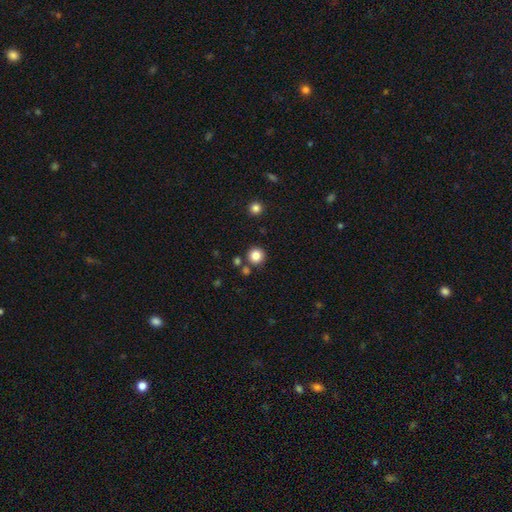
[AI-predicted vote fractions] A smooth galaxy with no disk features (84%) that is round (95%).

Vote fractions:
- Smooth or featured? smooth: 84% / star or artifact: 11% / featured or disk: 5%
- How rounded? round: 95% / in between: 4% / cigar-shaped: 1%
- Merging? none: 85% / merger: 7% / minor disturbance: 6% / major disturbance: 2%